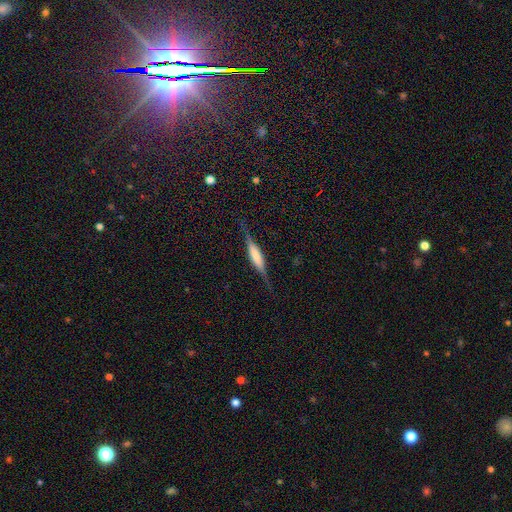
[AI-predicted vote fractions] Overall: featured or disk (62%; smooth 31%). Edge-on disk: yes (95%). Edge-on bulge: boxy (52%; rounded 32%). Merging: none (80%).